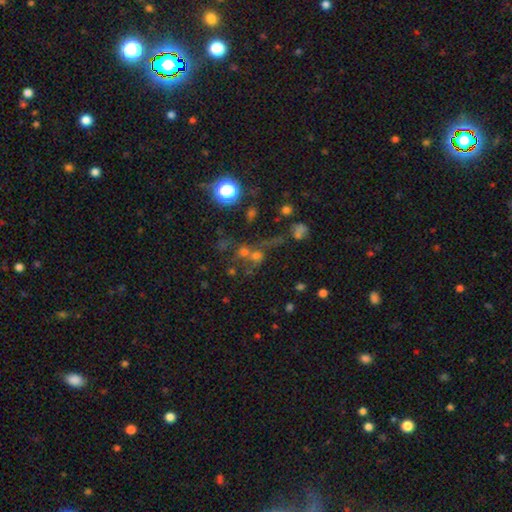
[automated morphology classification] Smooth or featured: smooth — 49% (star or artifact — 33%)
Merging: merger — 46% (none — 35%)